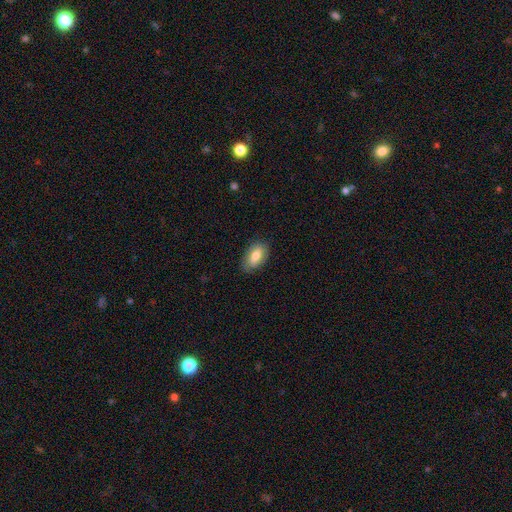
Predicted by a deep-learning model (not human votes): This appears to be a smooth galaxy with no disk features (78%) that is in between round and cigar-shaped (92%). Merging: none (81%).